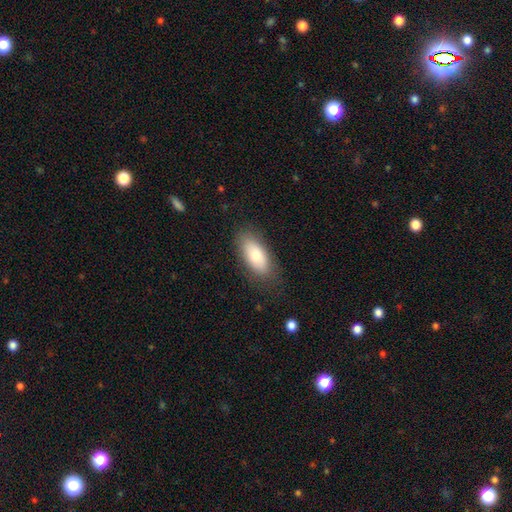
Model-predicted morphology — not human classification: A smooth galaxy with no disk features (76%) that is in between round and cigar-shaped (87%).

Vote fractions:
- Smooth or featured? smooth: 76% / featured or disk: 17% / star or artifact: 7%
- How rounded? in between: 87% / cigar-shaped: 10% / round: 3%
- Merging? none: 81% / minor disturbance: 14% / major disturbance: 4% / merger: 1%